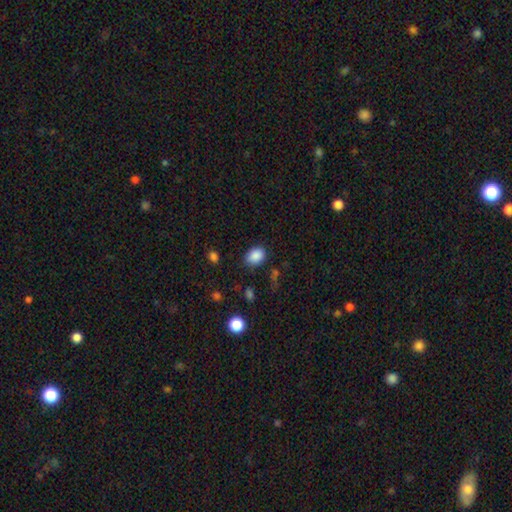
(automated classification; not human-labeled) This is clearly a smooth galaxy (87%). How rounded: likely in between (68%). Merging: likely none (78%).